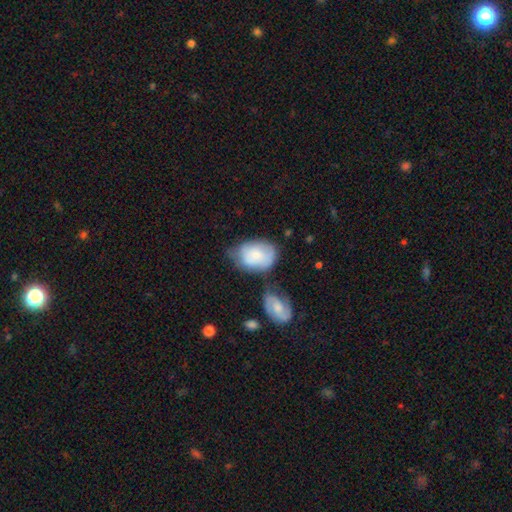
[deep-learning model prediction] This appears to be a smooth galaxy with no disk features (68%) that is in between round and cigar-shaped (74%). Merging: none (36%).